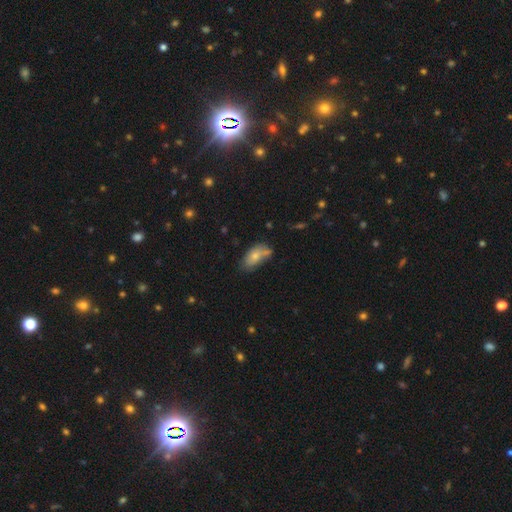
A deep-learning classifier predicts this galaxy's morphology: smooth_or_featured: smooth (p=0.71) [alt: featured or disk p=0.21]
how_rounded: in between (p=0.91) [alt: cigar-shaped p=0.05]
merging: none (p=0.46) [alt: minor disturbance p=0.29]